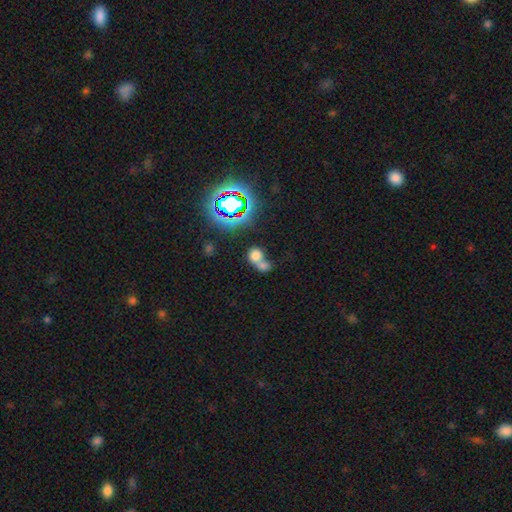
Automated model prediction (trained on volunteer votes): Morphology: type=smooth (65%); roundness=round (60%); merging=merger (67%).